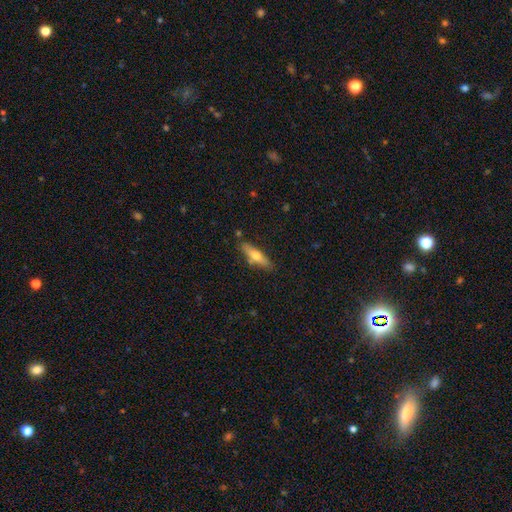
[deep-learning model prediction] Morphology: type=smooth (55%); roundness=cigar-shaped (68%); merging=none (80%).